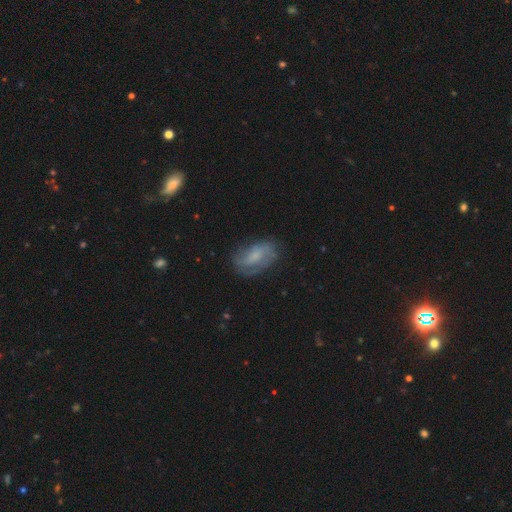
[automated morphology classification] A featured or disk galaxy (55%) with no bar (50%), spiral arms (81%) and a small central bulge (39%).

Vote fractions:
- Smooth or featured? featured or disk: 55% / smooth: 37% / star or artifact: 8%
- Edge-on disk? no: 95% / yes: 5%
- Bar? no: 50% / weak: 40% / strong: 10%
- Spiral arms? yes: 81% / no: 19%
- Bulge size? small: 39% / moderate: 29% / none: 26% / large: 5% / dominant: 1%
- Merging? none: 65% / minor disturbance: 23% / major disturbance: 10% / merger: 2%